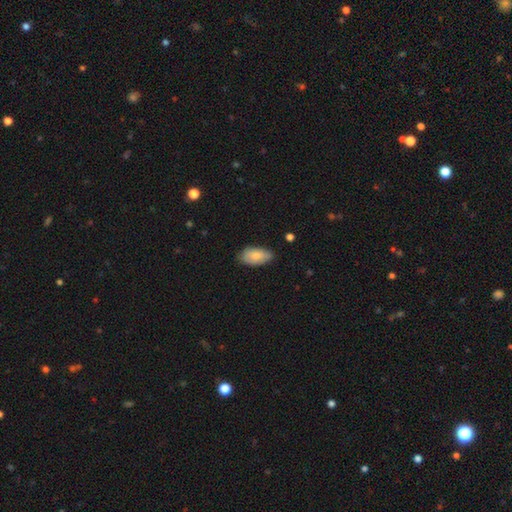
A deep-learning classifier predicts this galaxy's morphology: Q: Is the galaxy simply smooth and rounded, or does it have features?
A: smooth — 79%.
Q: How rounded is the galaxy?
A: in between — 94%.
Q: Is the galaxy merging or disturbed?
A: none — 70%.